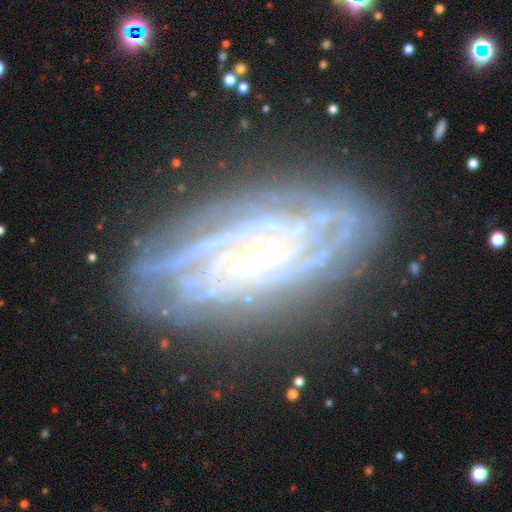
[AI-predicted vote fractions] The model was most divided on "spiral arm count": can't tell: 30%, 2: 17%, 3: 16%, 4: 15%, more than 4: 14%, 1: 7%. More confident: spiral arms — yes (96%); edge-on disk — no (91%); smooth or featured — featured or disk (85%); merging — none (79%); bulge size — small (78%); spiral winding — tight (76%); bar — no (59%).